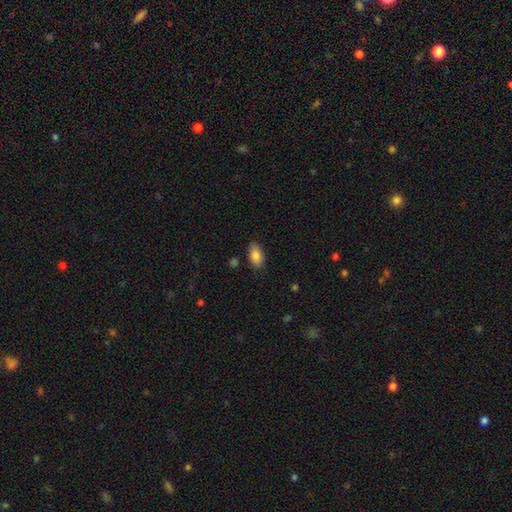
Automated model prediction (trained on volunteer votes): This is clearly a smooth galaxy (86%). How rounded: clearly in between (92%). Merging: clearly none (84%).